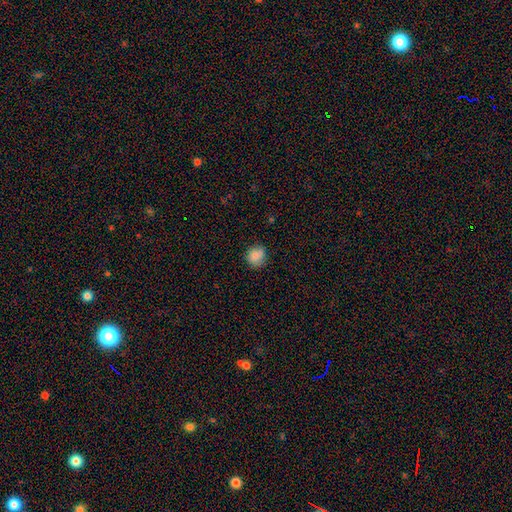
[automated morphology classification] This appears to be a smooth galaxy with no disk features (85%) that is round (86%). Merging: none (82%).